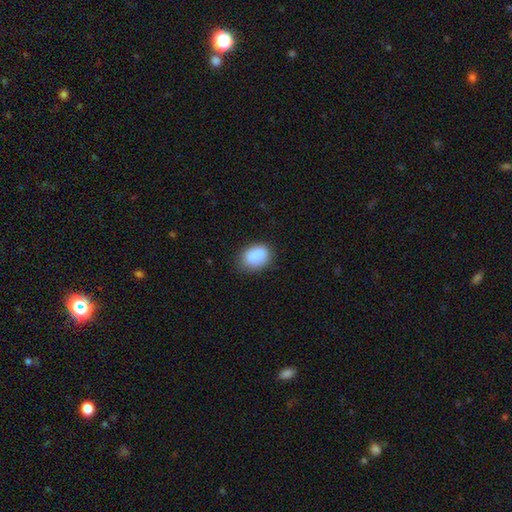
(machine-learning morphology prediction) This appears to be a smooth galaxy with no disk features (87%) that is in between round and cigar-shaped (76%). Merging: none (74%).